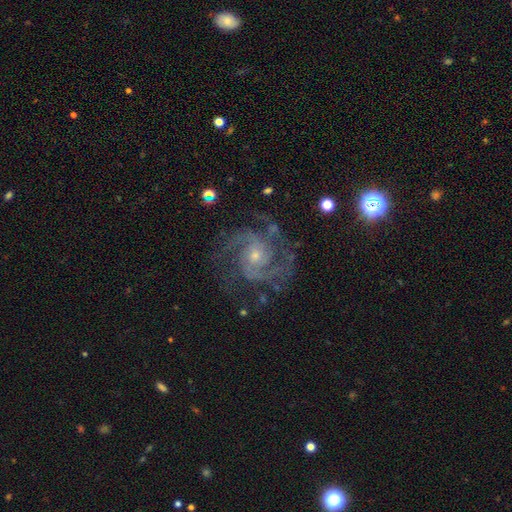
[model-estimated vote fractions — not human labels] Morphology: type=featured or disk (91%); edge-on=no (98%); bar=no (66%); spiral arms=yes (98%); winding=medium (48%); arm count=2 (55%); bulge=small (62%); merging=none (74%).